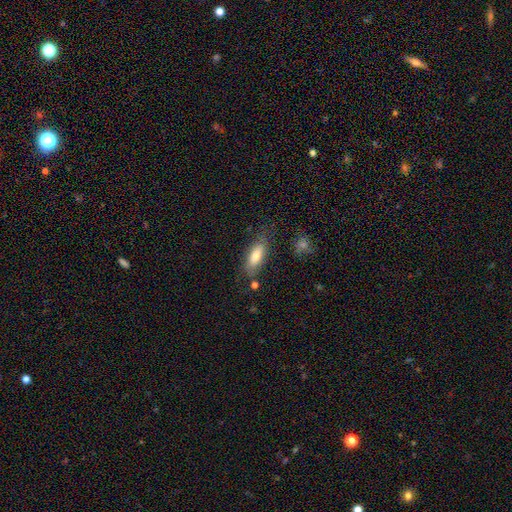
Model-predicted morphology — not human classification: smooth_or_featured: smooth (p=0.75) [alt: featured or disk p=0.18]
how_rounded: in between (p=0.69) [alt: cigar-shaped p=0.29]
merging: none (p=0.72) [alt: minor disturbance p=0.19]